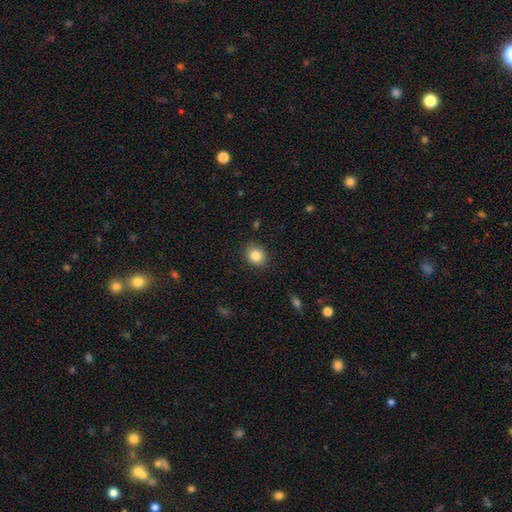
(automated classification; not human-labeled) smooth 84%, star or artifact 10%, featured or disk 6%. Down the decision tree: how rounded — round (73%); merging — none (87%).